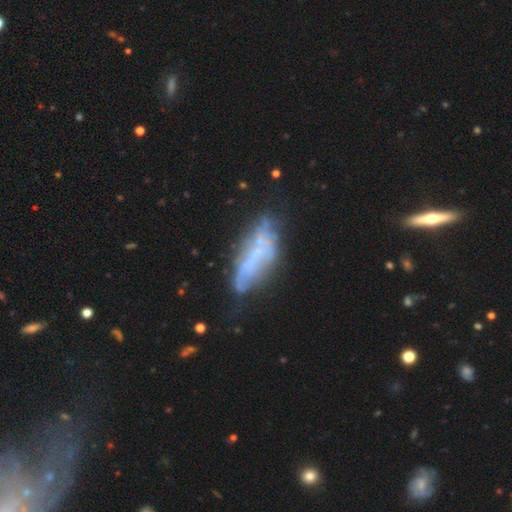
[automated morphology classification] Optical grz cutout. It shows a featured or disk galaxy (55%). Merging: none (42%).